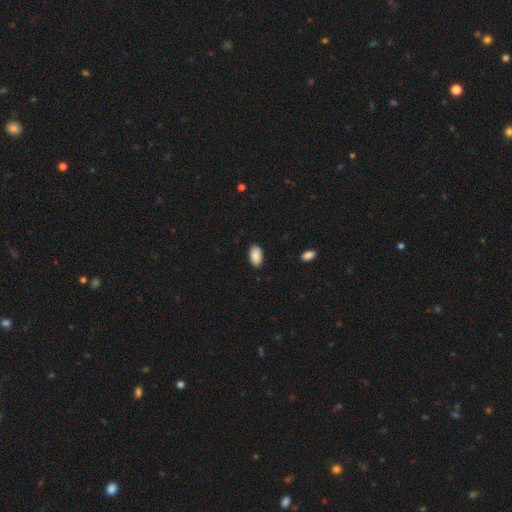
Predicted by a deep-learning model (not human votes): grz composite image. It shows a smooth galaxy with no disk features (89%) that is in between round and cigar-shaped (95%). Merging: none (88%).